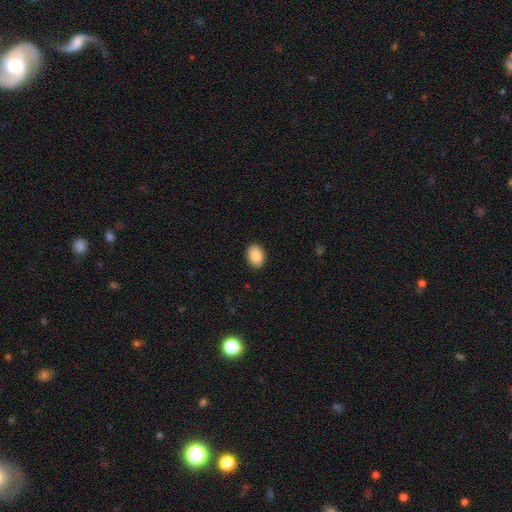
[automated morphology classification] A smooth galaxy with no disk features (90%) that is in between round and cigar-shaped (85%). Merging: none (89%).